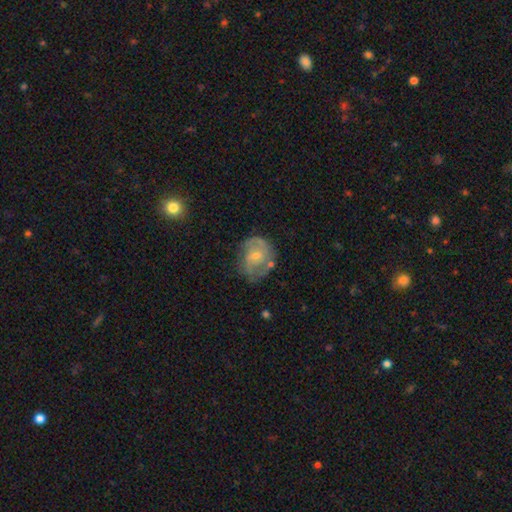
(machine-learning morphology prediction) smooth_or_featured: featured or disk (p=0.72) [alt: smooth p=0.20]
disk_edge_on: no (p=0.97) [alt: yes p=0.03]
bar: no (p=0.61) [alt: weak p=0.33]
has_spiral_arms: yes (p=0.86) [alt: no p=0.14]
spiral_winding: medium (p=0.44) [alt: tight p=0.40]
spiral_arm_count: 2 (p=0.61) [alt: can't tell p=0.21]
bulge_size: small (p=0.59) [alt: moderate p=0.35]
merging: none (p=0.64) [alt: minor disturbance p=0.23]